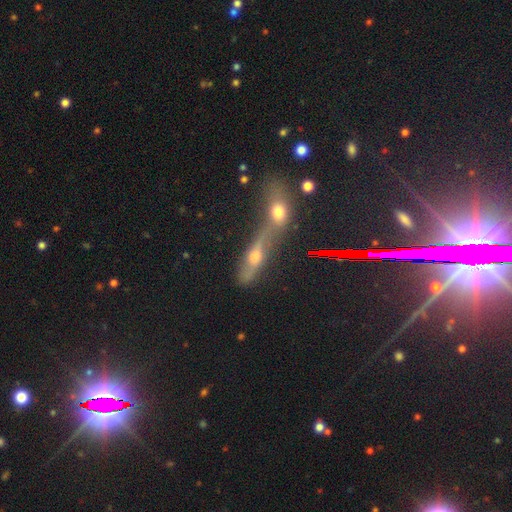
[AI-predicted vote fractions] featured or disk 40%, smooth 38%, star or artifact 22%. Down the decision tree: merging — merger (61%).